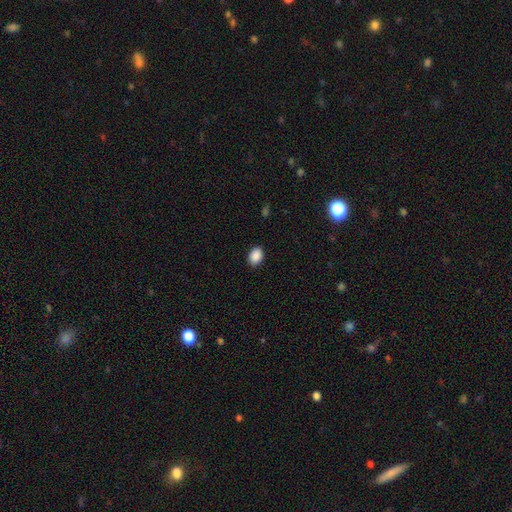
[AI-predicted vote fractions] The model was most divided on "how rounded": in between: 75%, round: 24%, cigar-shaped: 1%. More confident: smooth or featured — smooth (90%); merging — none (89%).